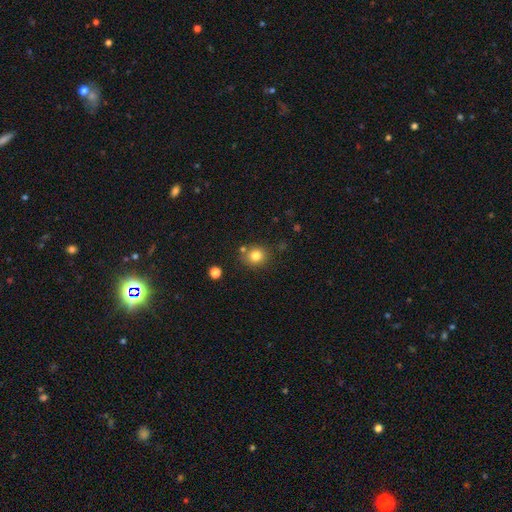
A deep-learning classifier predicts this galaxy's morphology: This appears to be a smooth galaxy with no disk features (81%) that is round (80%). Merging: none (78%).